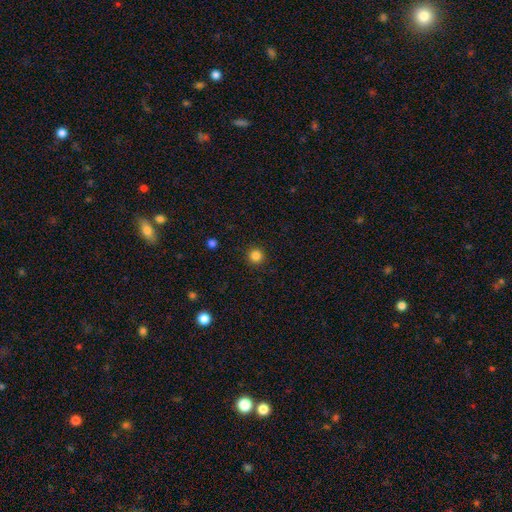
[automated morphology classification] Smooth or featured? Predicted: smooth (p=0.84). How rounded? Predicted: round (p=0.95). Merging? Predicted: none (p=0.92).